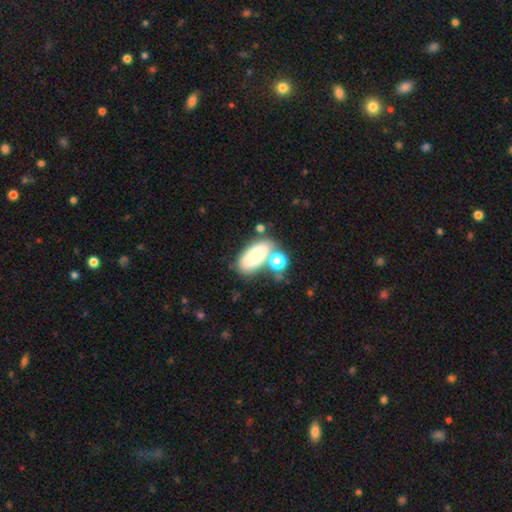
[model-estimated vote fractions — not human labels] Overall: smooth (79%). How rounded: in between (88%). Merging: none (55%; merger 24%).